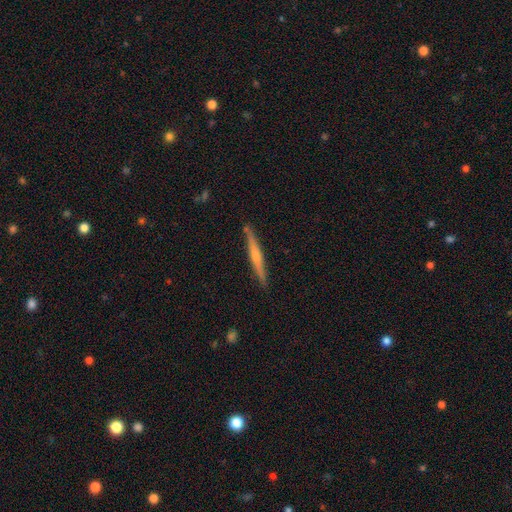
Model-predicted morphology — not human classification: This appears to be a featured or disk galaxy (59%) viewed edge-on (98%) with a rounded central bulge (56%). Merging: none (89%).